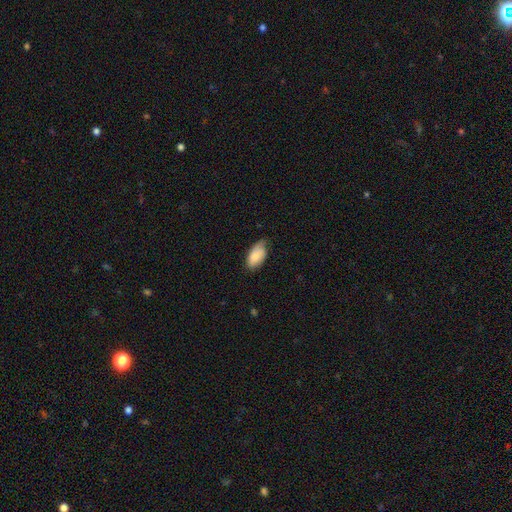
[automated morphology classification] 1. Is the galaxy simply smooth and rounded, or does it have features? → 80% smooth, 13% featured or disk, 6% star or artifact.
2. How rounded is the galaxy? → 94% in between, 3% round, 3% cigar-shaped.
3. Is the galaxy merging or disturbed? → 54% none, 37% minor disturbance, 7% major disturbance, 1% merger.